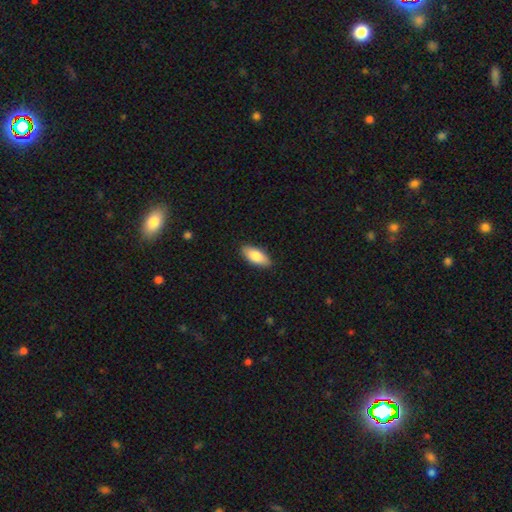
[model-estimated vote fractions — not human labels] This appears to be a smooth galaxy with no disk features (83%) that is in between round and cigar-shaped (86%). Merging: none (88%).